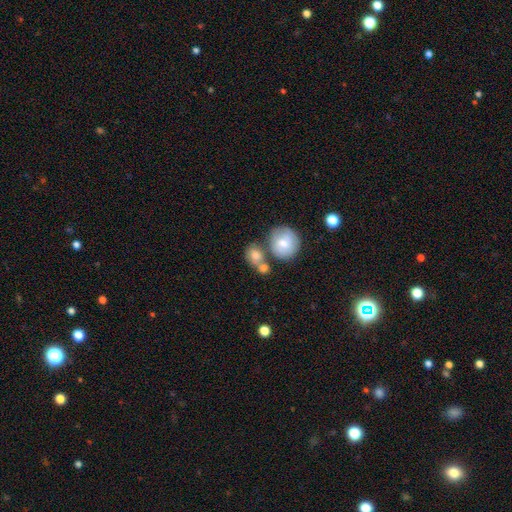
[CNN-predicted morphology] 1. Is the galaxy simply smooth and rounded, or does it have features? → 72% smooth, 20% featured or disk, 8% star or artifact.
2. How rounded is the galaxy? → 61% round, 37% in between, 2% cigar-shaped.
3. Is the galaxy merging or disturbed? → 45% merger, 37% none, 12% minor disturbance, 6% major disturbance.